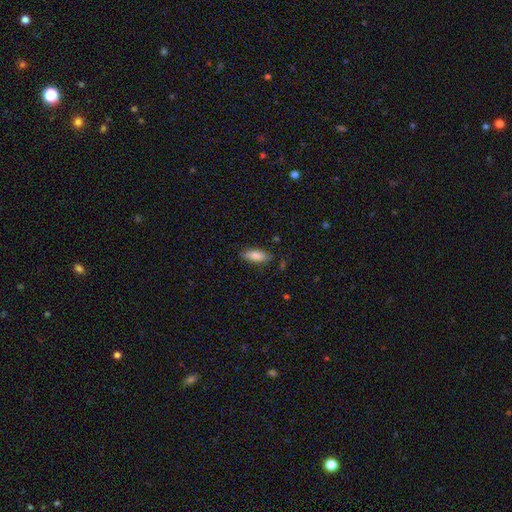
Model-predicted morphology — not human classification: Smooth or featured? Predicted: smooth (p=0.83). How rounded? Predicted: in between (p=0.71). Merging? Predicted: none (p=0.80).